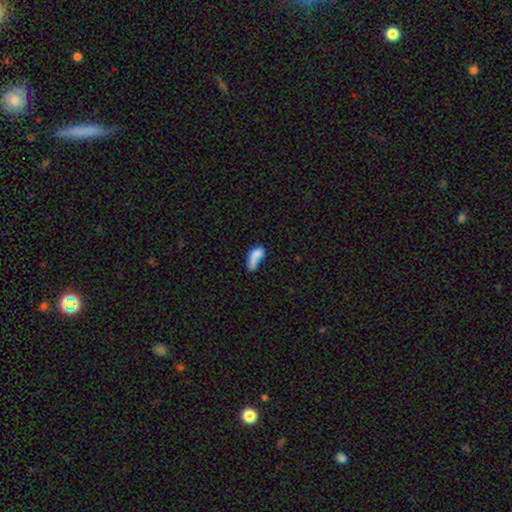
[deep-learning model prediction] Q: Smooth or featured?
A: smooth (70%); runner-up: featured or disk (20%)
Q: How rounded?
A: in between (75%); runner-up: cigar-shaped (18%)
Q: Merging?
A: merger (34%); runner-up: none (24%)